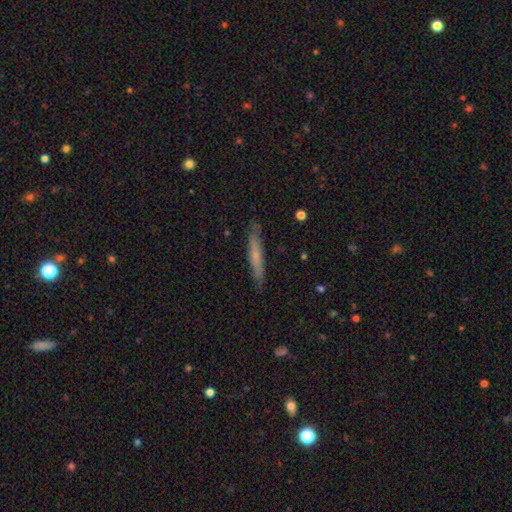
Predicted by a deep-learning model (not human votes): Smooth or featured: smooth — 54% (featured or disk — 40%)
How rounded: cigar-shaped — 94% (in between — 4%)
Merging: none — 86% (minor disturbance — 11%)